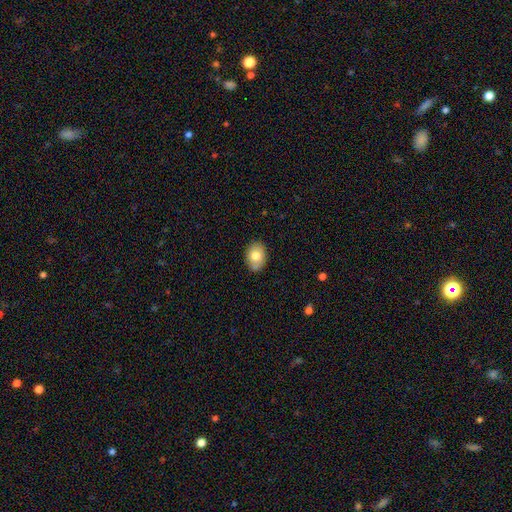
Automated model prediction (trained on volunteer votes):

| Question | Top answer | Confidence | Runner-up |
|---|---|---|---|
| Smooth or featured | smooth | 77% | featured or disk (15%) |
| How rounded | in between | 76% | round (23%) |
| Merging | none | 82% | minor disturbance (14%) |